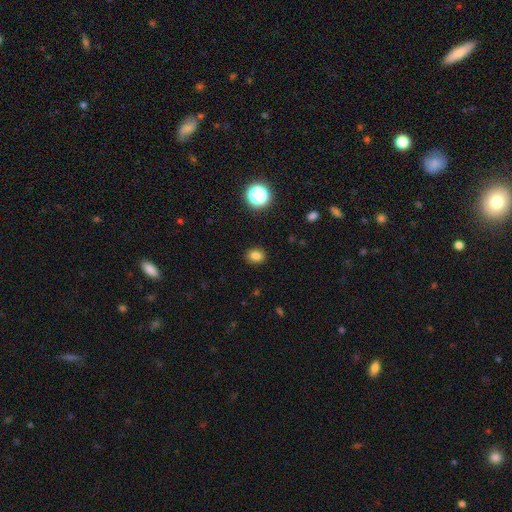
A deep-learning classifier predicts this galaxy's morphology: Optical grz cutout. It shows a smooth galaxy with no disk features (81%) that is in between round and cigar-shaped (54%). Merging: none (88%).